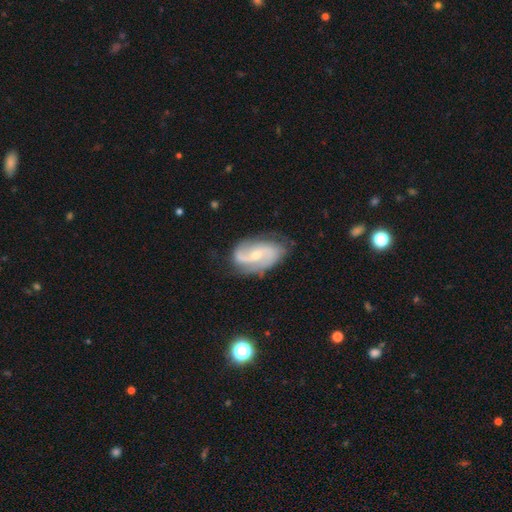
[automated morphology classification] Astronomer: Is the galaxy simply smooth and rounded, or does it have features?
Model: featured or disk — 85%.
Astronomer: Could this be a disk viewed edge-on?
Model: no — 97%.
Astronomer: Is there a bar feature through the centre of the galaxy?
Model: no — 45% (runner-up: weak, 42%).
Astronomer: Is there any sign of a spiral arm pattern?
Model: yes — 96%.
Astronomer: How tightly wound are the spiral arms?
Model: medium — 44% (runner-up: loose, 38%).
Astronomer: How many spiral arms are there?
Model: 2 — 85%.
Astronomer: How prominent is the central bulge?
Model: small — 57% (runner-up: moderate, 39%).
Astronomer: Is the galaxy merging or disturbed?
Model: none — 71%.